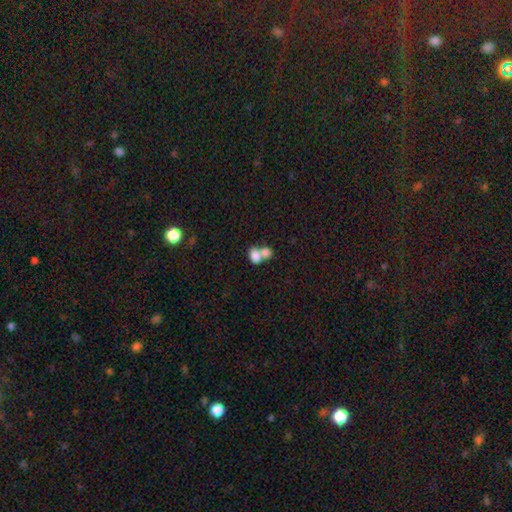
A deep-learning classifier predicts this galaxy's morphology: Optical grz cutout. It shows a smooth galaxy with no disk features (79%) that is in between round and cigar-shaped (69%). Merging: merger (68%).